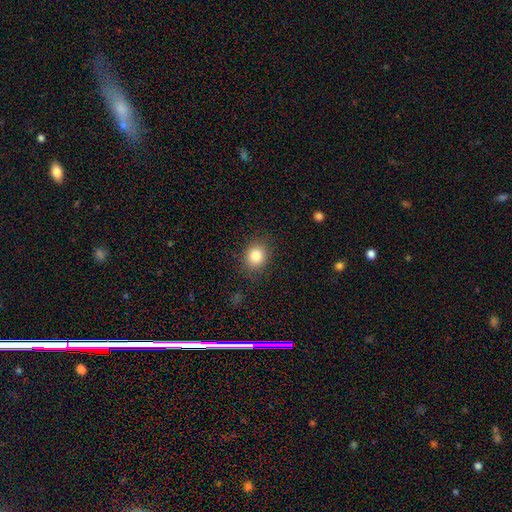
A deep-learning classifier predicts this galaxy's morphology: smooth-or-featured: smooth: 82% | star or artifact: 11% | featured or disk: 7%
  how-rounded: round: 70% | in between: 29% | cigar-shaped: 1%
  merging: none: 85% | minor disturbance: 11% | major disturbance: 3% | merger: 1%